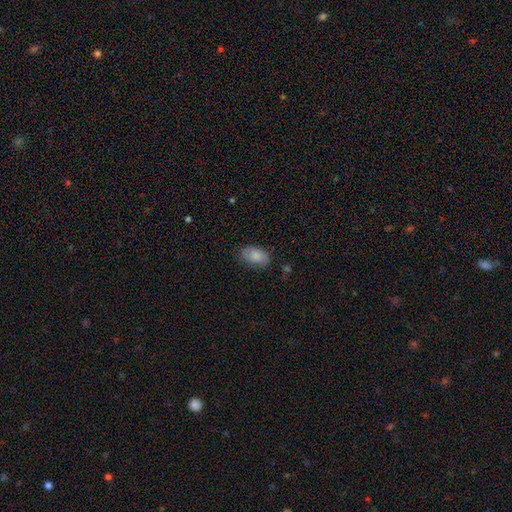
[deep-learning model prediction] Morphology: type=smooth (82%); roundness=in between (91%); merging=none (74%).